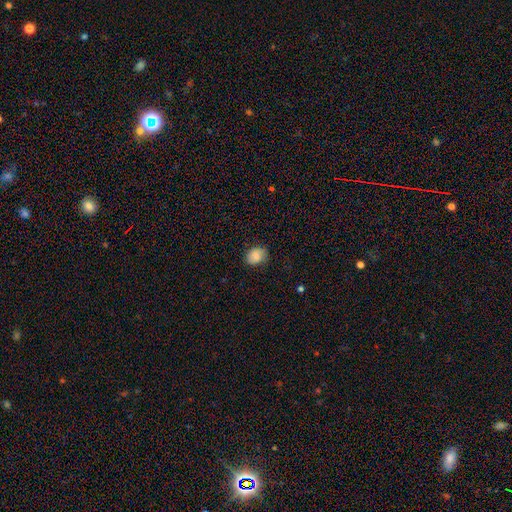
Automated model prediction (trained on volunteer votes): Overall: smooth (82%). How rounded: in between (57%; round 42%). Merging: none (81%).